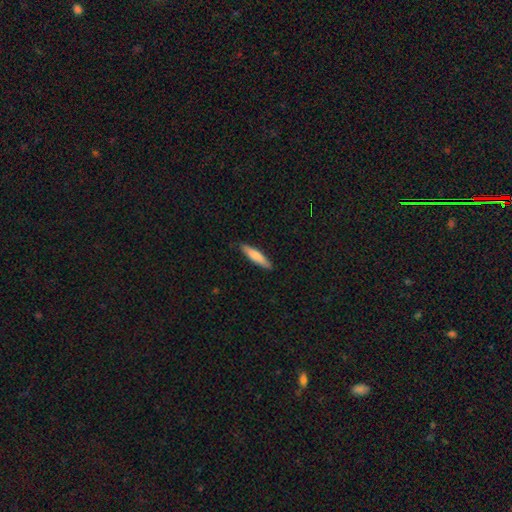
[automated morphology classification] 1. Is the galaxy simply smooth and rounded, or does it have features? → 76% smooth, 19% featured or disk, 5% star or artifact.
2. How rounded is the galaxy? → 83% cigar-shaped, 16% in between, 1% round.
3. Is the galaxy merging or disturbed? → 87% none, 10% minor disturbance, 2% major disturbance, 1% merger.